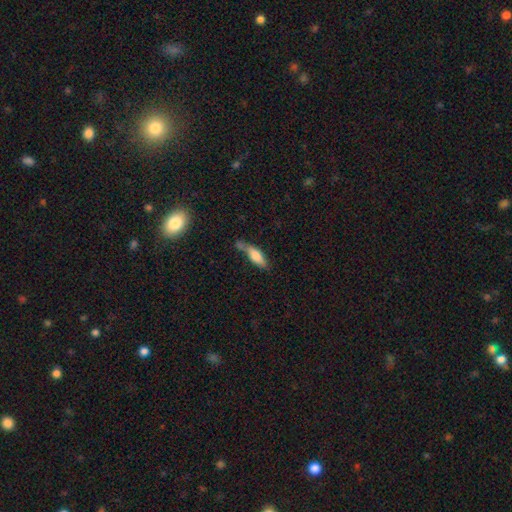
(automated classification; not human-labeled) Overall: smooth (70%). How rounded: in between (53%; cigar-shaped 45%). Merging: none (46%; minor disturbance 27%).